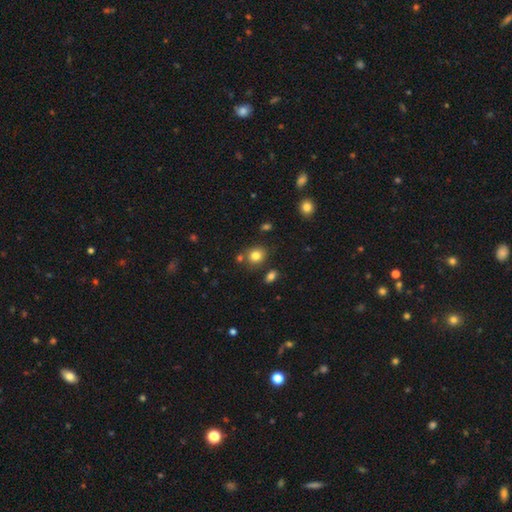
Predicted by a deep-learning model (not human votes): Smooth or featured? Predicted: smooth (p=0.81). How rounded? Predicted: round (p=0.70). Merging? Predicted: none (p=0.74).